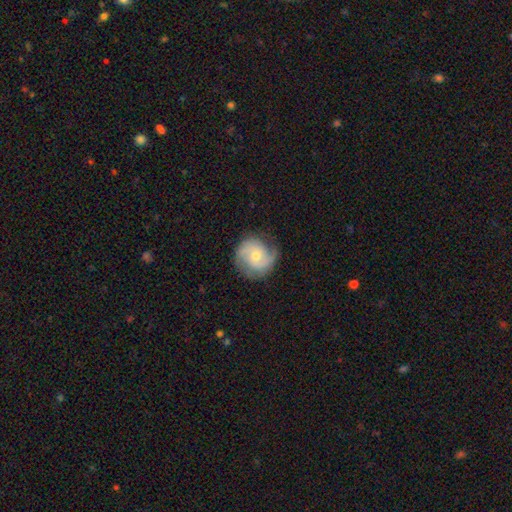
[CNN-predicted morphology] Smooth or featured? featured or disk (76%)
Edge-on disk? no (98%)
Bar? no (63%)
Spiral arms? yes (95%)
Spiral winding? medium (43%)
Spiral arm count? 2 (68%)
Bulge size? moderate (52%)
Merging? none (75%)